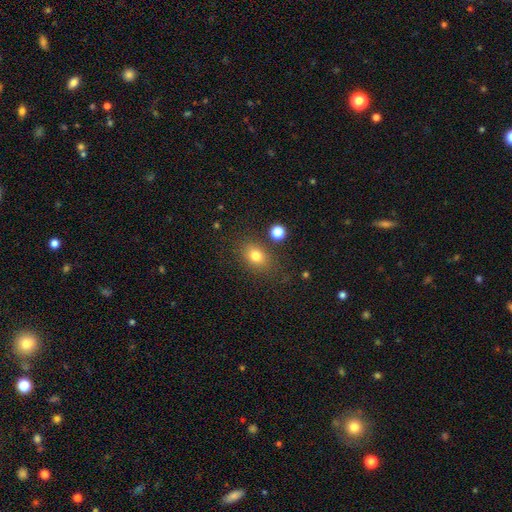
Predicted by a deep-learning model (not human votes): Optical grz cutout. It shows a smooth galaxy with no disk features (78%) that is in between round and cigar-shaped (63%). Merging: none (77%).